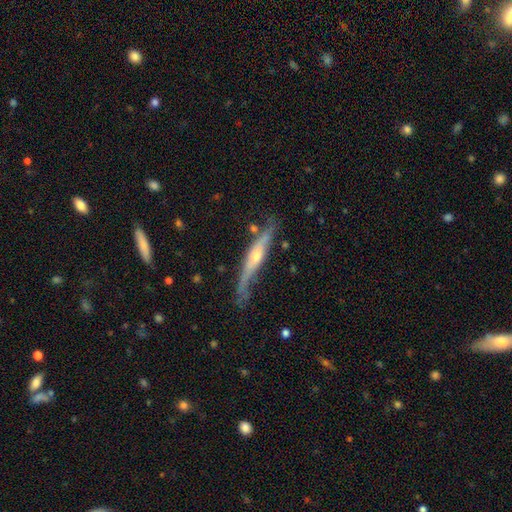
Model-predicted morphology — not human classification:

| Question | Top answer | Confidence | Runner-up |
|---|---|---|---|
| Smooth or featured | featured or disk | 73% | smooth (21%) |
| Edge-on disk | yes | 87% | no (13%) |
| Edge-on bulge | rounded | 84% | none (11%) |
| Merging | none | 58% | minor disturbance (28%) |